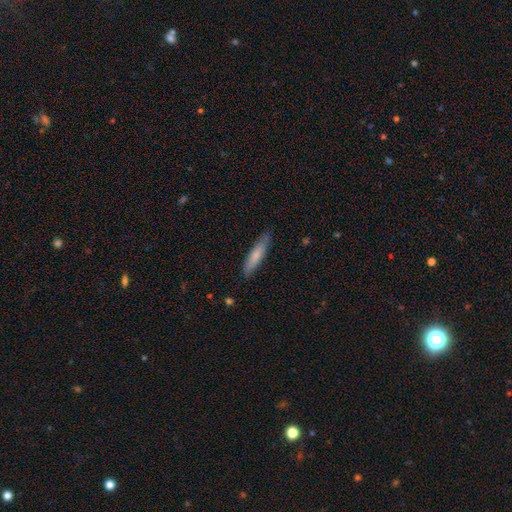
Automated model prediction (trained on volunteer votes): smooth_or_featured: smooth (p=0.74) [alt: featured or disk p=0.21]
how_rounded: cigar-shaped (p=0.81) [alt: in between p=0.18]
merging: none (p=0.83) [alt: minor disturbance p=0.14]